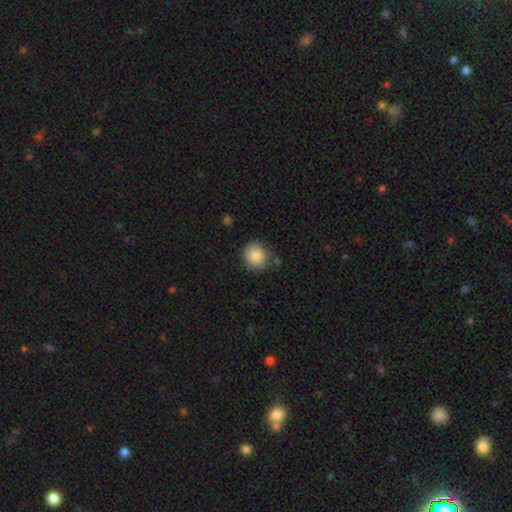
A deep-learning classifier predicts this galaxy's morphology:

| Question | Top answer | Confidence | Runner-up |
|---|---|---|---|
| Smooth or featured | smooth | 86% | star or artifact (8%) |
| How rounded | round | 87% | in between (12%) |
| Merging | none | 80% | minor disturbance (13%) |